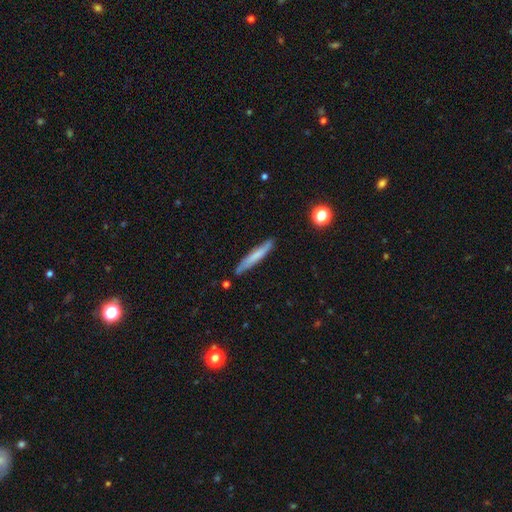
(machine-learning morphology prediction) Smooth or featured: smooth — 63% (featured or disk — 30%)
How rounded: cigar-shaped — 94% (in between — 4%)
Merging: none — 83% (minor disturbance — 13%)